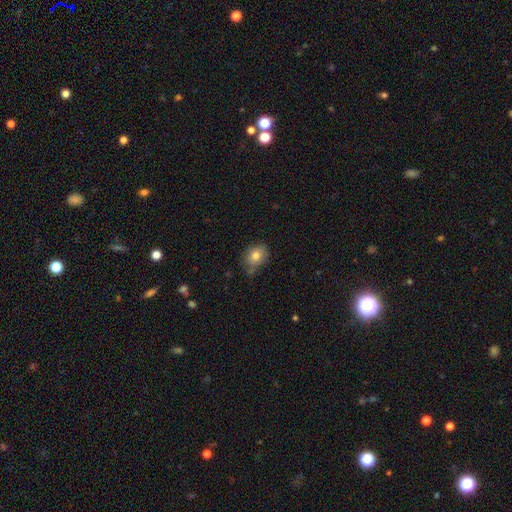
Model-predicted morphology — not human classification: Smooth or featured? Predicted: smooth (p=0.80). How rounded? Predicted: in between (p=0.50). Merging? Predicted: none (p=0.64).